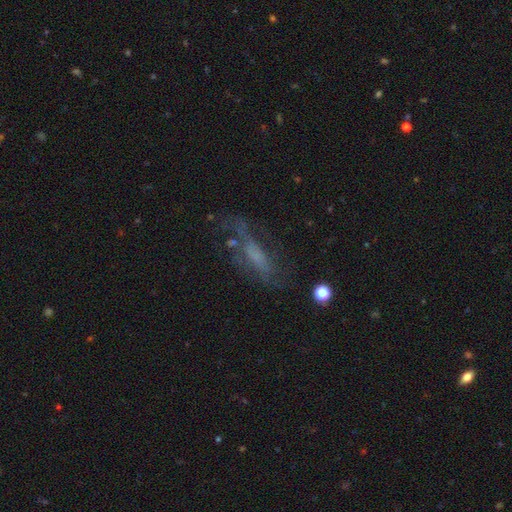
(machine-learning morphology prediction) smooth-or-featured: featured or disk: 49% | smooth: 35% | star or artifact: 16%
  merging: none: 47% | major disturbance: 27% | minor disturbance: 22% | merger: 5%